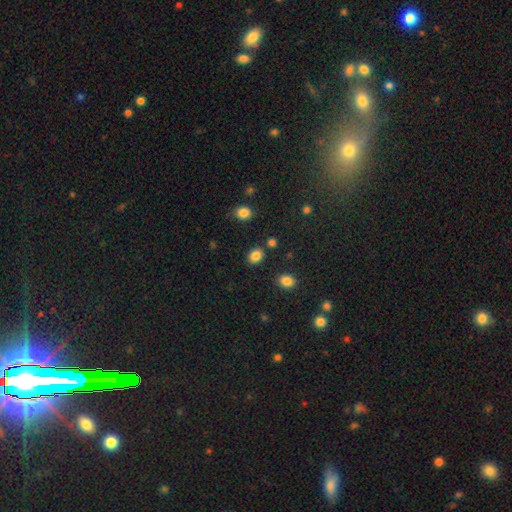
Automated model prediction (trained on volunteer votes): A smooth galaxy with no disk features (85%) that is in between round and cigar-shaped (57%). Merging: none (83%).